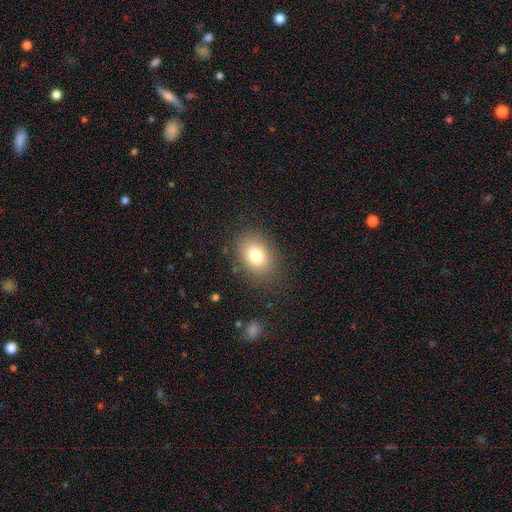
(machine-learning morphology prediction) smooth_or_featured: smooth (p=0.78) [alt: featured or disk p=0.11]
how_rounded: in between (p=0.70) [alt: round p=0.29]
merging: none (p=0.82) [alt: minor disturbance p=0.11]